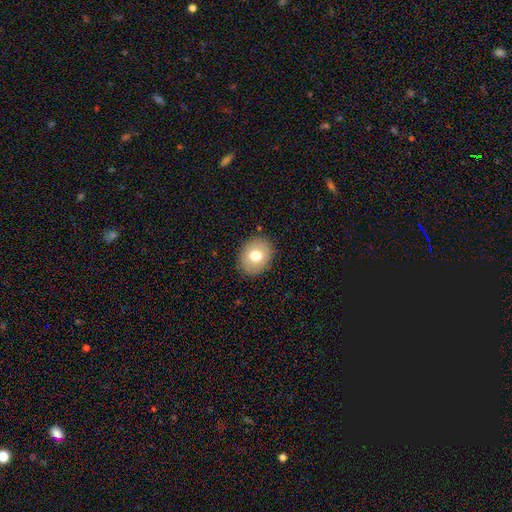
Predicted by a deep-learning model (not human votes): A smooth galaxy with no disk features (74%) that is round (54%).

Vote fractions:
- Smooth or featured? smooth: 74% / featured or disk: 17% / star or artifact: 9%
- How rounded? round: 54% / in between: 45% / cigar-shaped: 1%
- Merging? none: 88% / minor disturbance: 8% / major disturbance: 2% / merger: 1%